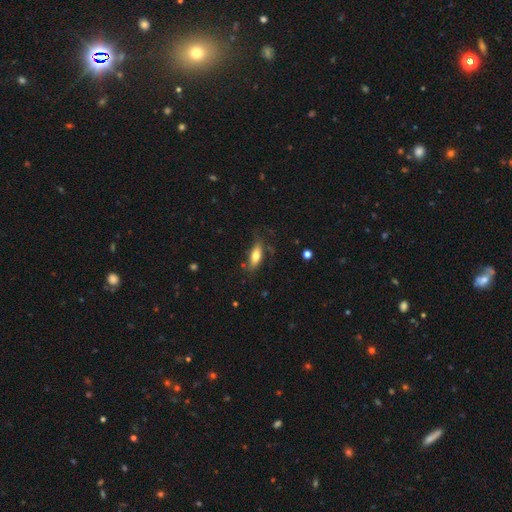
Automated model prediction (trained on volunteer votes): A smooth galaxy with no disk features (69%) that is in between round and cigar-shaped (65%). Merging: none (69%).